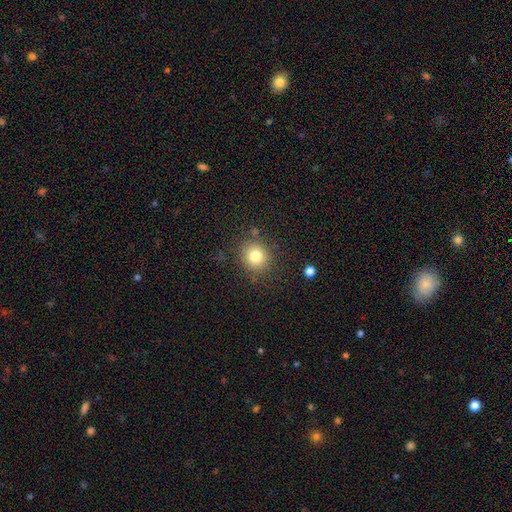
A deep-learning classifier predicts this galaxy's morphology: This is likely a smooth galaxy (80%). How rounded: clearly round (86%). Merging: clearly none (84%).